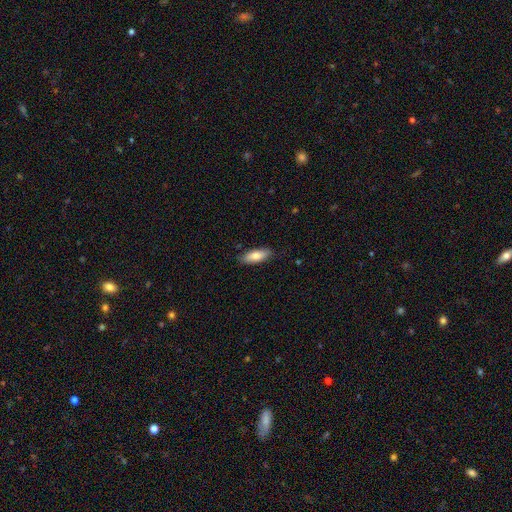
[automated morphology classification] Smooth or featured: smooth — 79% (featured or disk — 15%)
How rounded: in between — 69% (cigar-shaped — 29%)
Merging: none — 86% (minor disturbance — 11%)